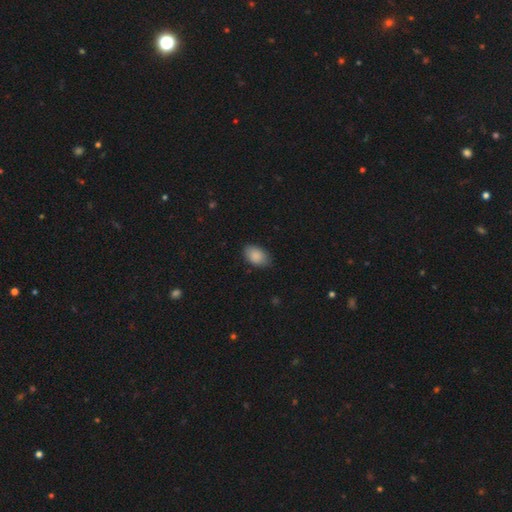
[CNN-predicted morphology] Q: Smooth or featured?
A: smooth (89%); runner-up: star or artifact (7%)
Q: How rounded?
A: in between (90%); runner-up: round (8%)
Q: Merging?
A: none (80%); runner-up: minor disturbance (16%)